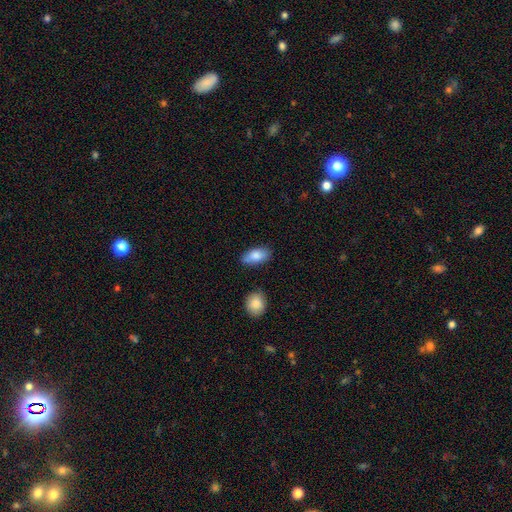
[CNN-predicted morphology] A smooth galaxy with no disk features (83%) that is in between round and cigar-shaped (90%).

Vote fractions:
- Smooth or featured? smooth: 83% / featured or disk: 10% / star or artifact: 7%
- How rounded? in between: 90% / cigar-shaped: 6% / round: 4%
- Merging? none: 77% / minor disturbance: 17% / merger: 4% / major disturbance: 3%